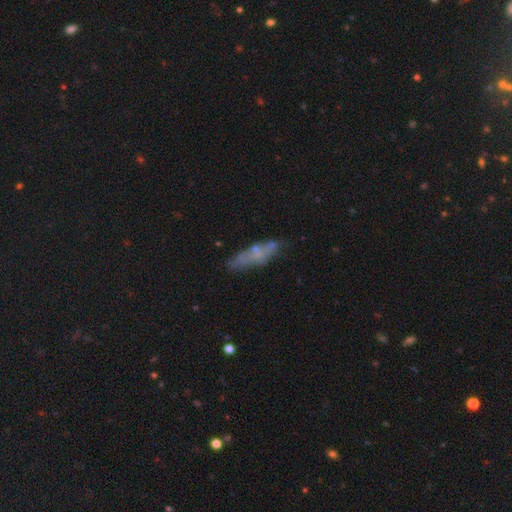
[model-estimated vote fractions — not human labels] smooth 49%, featured or disk 41%, star or artifact 10%. Down the decision tree: merging — none (65%).